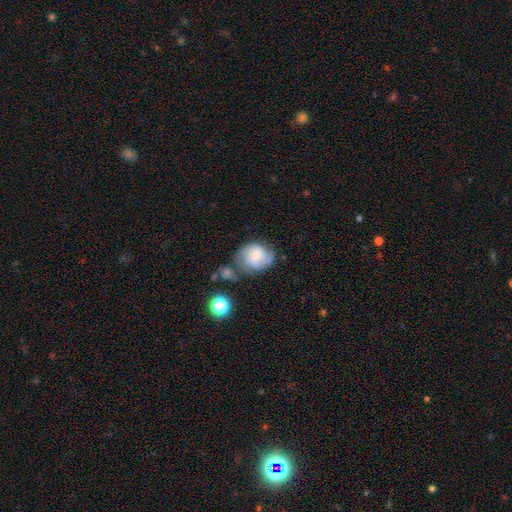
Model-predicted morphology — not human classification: Smooth or featured?
  - featured or disk: 55% *
  - smooth: 36%
  - star or artifact: 8%
Edge-on disk?
  - no: 97% *
  - yes: 3%
Bar?
  - no: 51% *
  - weak: 42%
  - strong: 7%
Spiral arms?
  - yes: 84% *
  - no: 16%
Bulge size?
  - moderate: 45% *
  - small: 33%
  - large: 10%
  - none: 10%
  - dominant: 2%
Merging?
  - none: 48% *
  - minor disturbance: 25%
  - merger: 13%
  - major disturbance: 13%